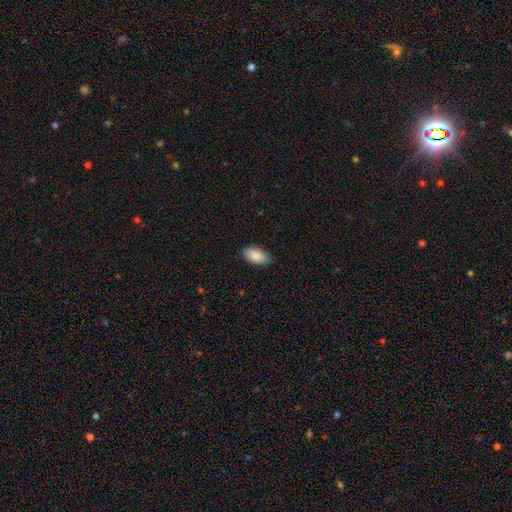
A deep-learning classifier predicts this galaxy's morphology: Smooth or featured?
  - smooth: 89% *
  - star or artifact: 6%
  - featured or disk: 5%
How rounded?
  - in between: 95% *
  - cigar-shaped: 3%
  - round: 3%
Merging?
  - none: 87% *
  - minor disturbance: 10%
  - major disturbance: 2%
  - merger: 1%